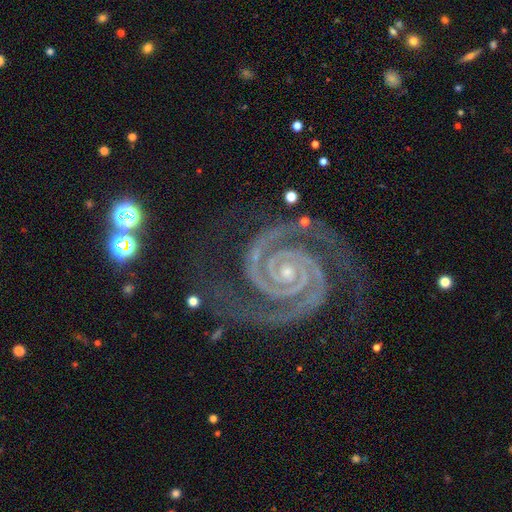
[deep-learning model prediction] The model was most divided on "bulge size": small: 72%, moderate: 24%, none: 2%, large: 1%, dominant: 1%. More confident: spiral arms — yes (99%); edge-on disk — no (98%); smooth or featured — featured or disk (94%); spiral arm count — 2 (91%); spiral winding — tight (83%); merging — none (73%); bar — no (68%).